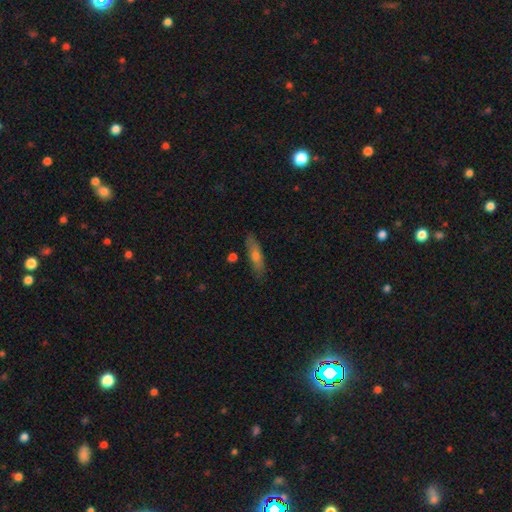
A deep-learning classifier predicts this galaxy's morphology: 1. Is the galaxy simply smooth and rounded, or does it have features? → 54% smooth, 37% featured or disk, 8% star or artifact.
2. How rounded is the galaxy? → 66% cigar-shaped, 31% in between, 3% round.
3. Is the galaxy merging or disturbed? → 84% none, 12% minor disturbance, 2% major disturbance, 2% merger.